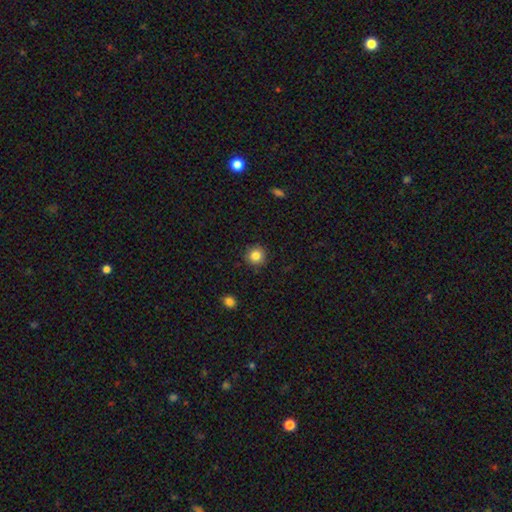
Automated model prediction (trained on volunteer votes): This appears to be a smooth galaxy with no disk features (83%) that is round (94%). Merging: none (91%).